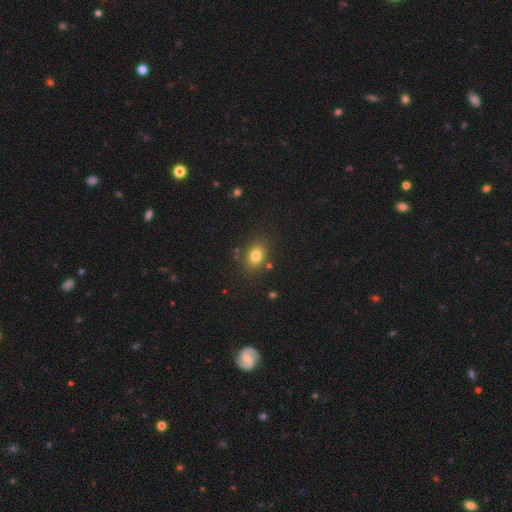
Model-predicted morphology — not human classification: smooth 79%, star or artifact 12%, featured or disk 9%. Down the decision tree: how rounded — in between (69%); merging — none (82%).